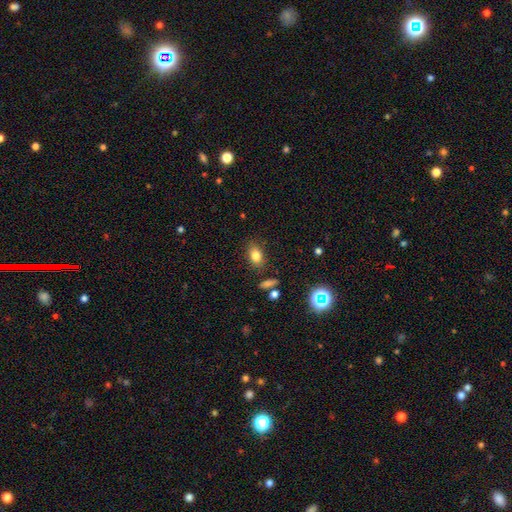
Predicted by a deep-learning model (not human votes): Overall: smooth (80%). How rounded: in between (79%). Merging: none (82%).